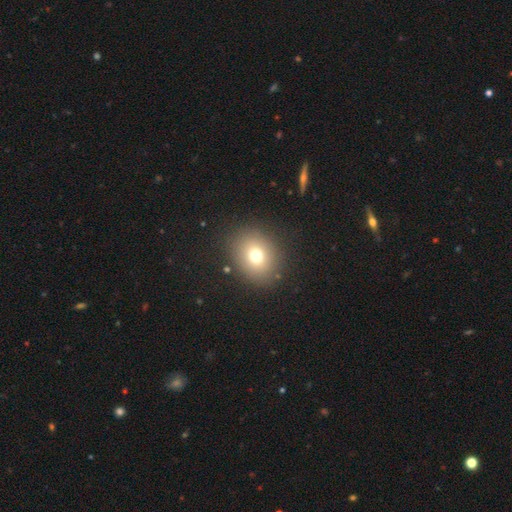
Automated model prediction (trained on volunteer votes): Smooth or featured?
  - smooth: 72% *
  - star or artifact: 15%
  - featured or disk: 13%
How rounded?
  - round: 64% *
  - in between: 35%
  - cigar-shaped: 1%
Merging?
  - none: 86% *
  - minor disturbance: 8%
  - major disturbance: 4%
  - merger: 2%